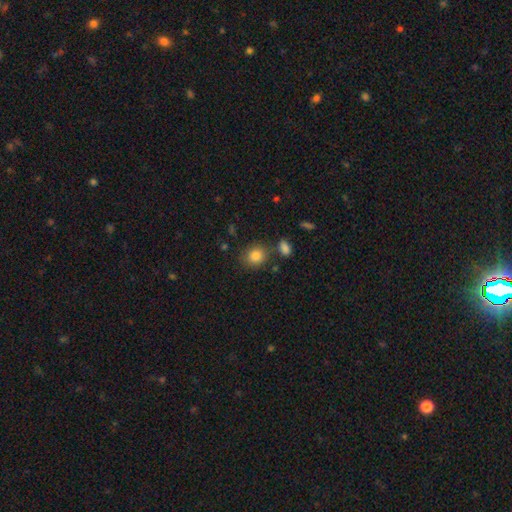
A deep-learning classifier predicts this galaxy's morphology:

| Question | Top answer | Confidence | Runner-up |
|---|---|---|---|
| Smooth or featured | smooth | 84% | star or artifact (10%) |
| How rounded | round | 69% | in between (30%) |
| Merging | none | 77% | minor disturbance (11%) |